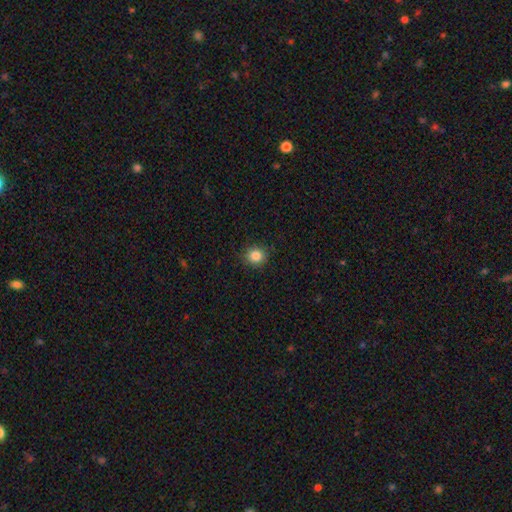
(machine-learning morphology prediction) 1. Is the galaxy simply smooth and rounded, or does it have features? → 85% smooth, 11% star or artifact, 4% featured or disk.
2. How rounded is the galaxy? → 85% round, 14% in between, 1% cigar-shaped.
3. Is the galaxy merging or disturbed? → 89% none, 8% minor disturbance, 2% major disturbance, 1% merger.